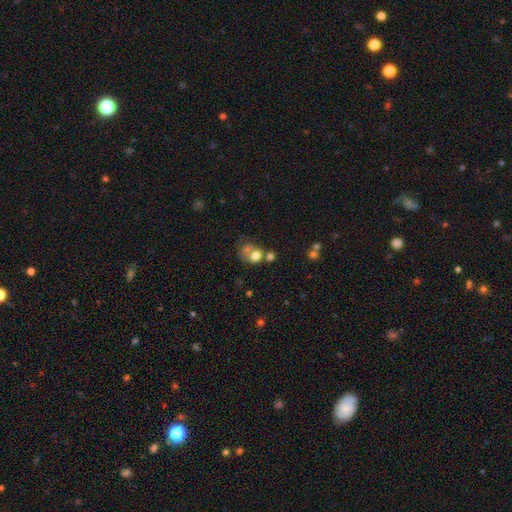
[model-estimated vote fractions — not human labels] Overall: smooth (68%). How rounded: round (50%; in between 49%). Merging: merger (46%; none 25%).